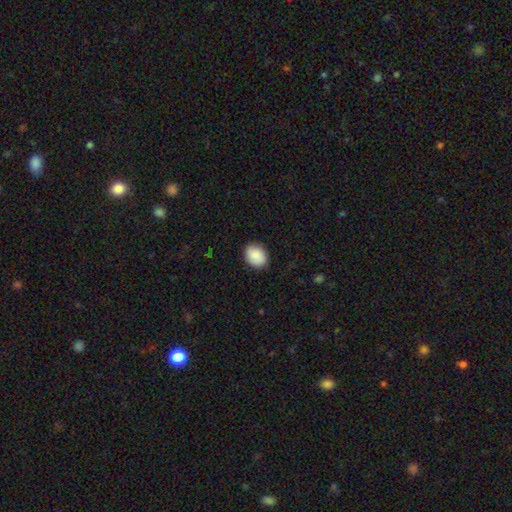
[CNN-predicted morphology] smooth-or-featured: smooth: 89% | star or artifact: 6% | featured or disk: 5%
  how-rounded: in between: 60% | round: 39% | cigar-shaped: 1%
  merging: none: 86% | minor disturbance: 10% | major disturbance: 2% | merger: 1%